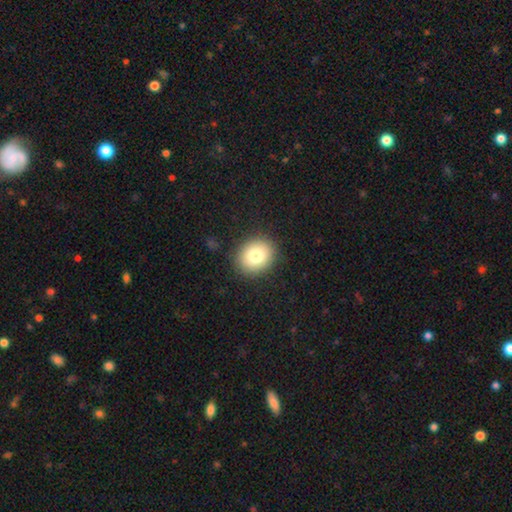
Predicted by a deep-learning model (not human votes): smooth 79%, featured or disk 11%, star or artifact 10%. Down the decision tree: how rounded — round (69%); merging — none (89%).